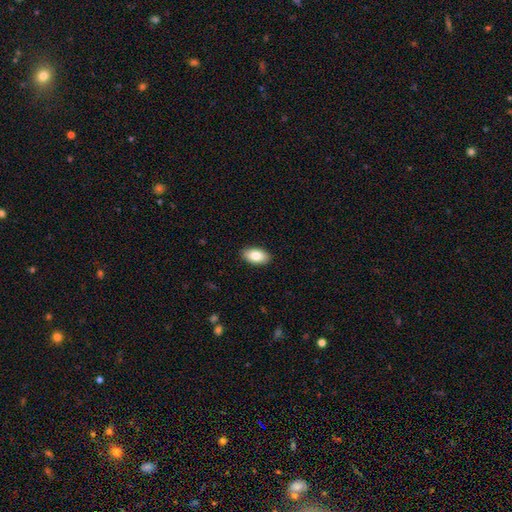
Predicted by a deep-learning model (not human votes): Q: Smooth or featured?
A: smooth (85%); runner-up: featured or disk (9%)
Q: How rounded?
A: in between (94%); runner-up: round (3%)
Q: Merging?
A: none (90%); runner-up: minor disturbance (8%)